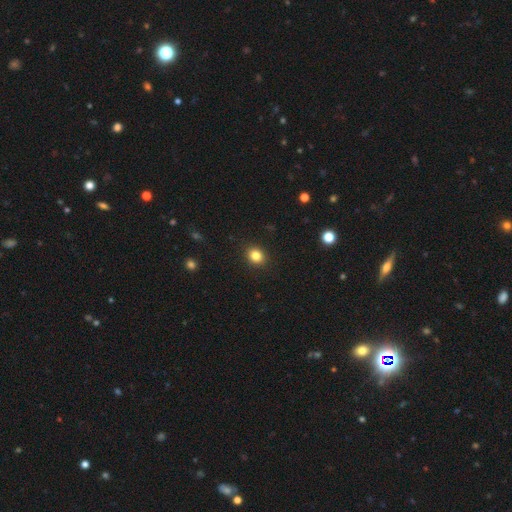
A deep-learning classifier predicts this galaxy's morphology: Smooth or featured? Predicted: smooth (p=0.83). How rounded? Predicted: round (p=0.66). Merging? Predicted: none (p=0.91).